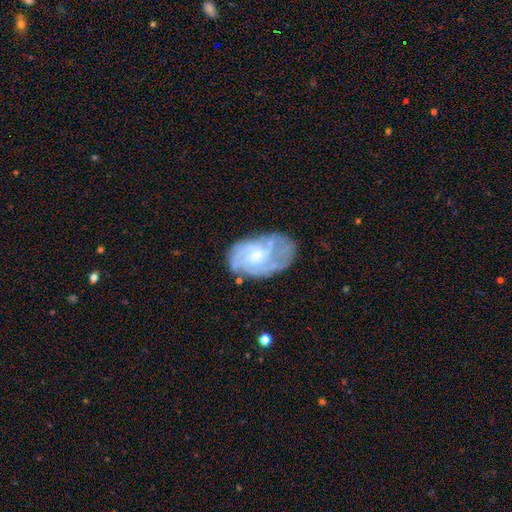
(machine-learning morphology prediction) Smooth or featured? featured or disk (77%)
Edge-on disk? no (97%)
Bar? no (63%)
Spiral arms? yes (89%)
Spiral winding? tight (58%)
Spiral arm count? can't tell (41%)
Bulge size? small (48%)
Merging? none (61%)